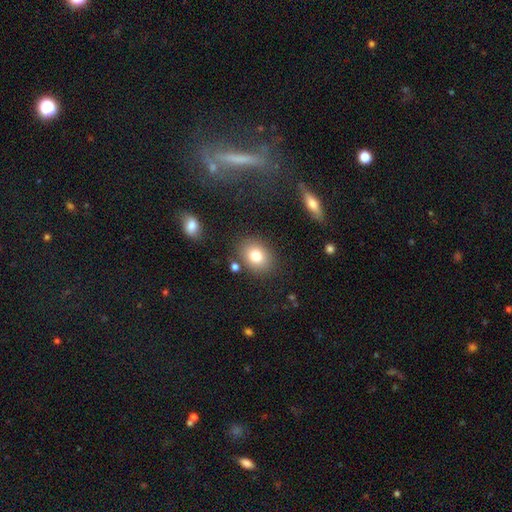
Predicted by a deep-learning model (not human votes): smooth 79%, featured or disk 11%, star or artifact 10%. Down the decision tree: how rounded — in between (56%); merging — none (82%).